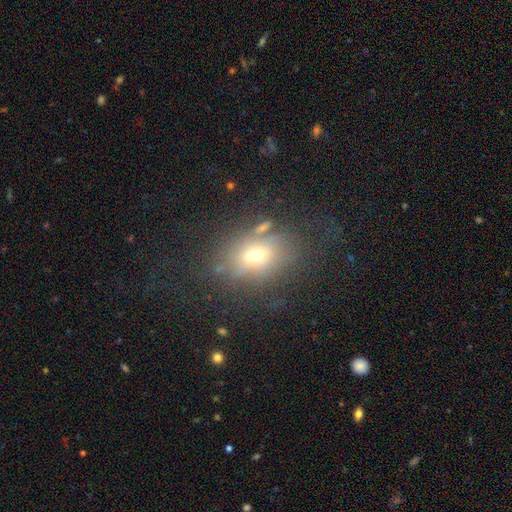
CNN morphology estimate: A smooth galaxy with no disk features (60%) that is in between round and cigar-shaped (65%).

Vote fractions:
- Smooth or featured? smooth: 60% / featured or disk: 24% / star or artifact: 16%
- How rounded? in between: 65% / round: 32% / cigar-shaped: 2%
- Merging? none: 62% / minor disturbance: 18% / major disturbance: 12% / merger: 8%